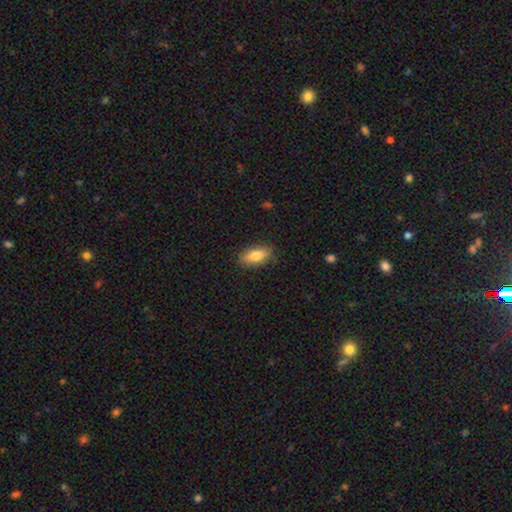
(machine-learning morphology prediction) This appears to be a smooth galaxy with no disk features (78%) that is in between round and cigar-shaped (84%). Merging: none (85%).